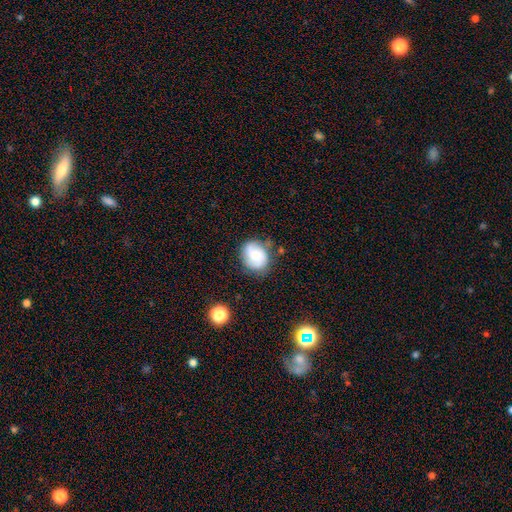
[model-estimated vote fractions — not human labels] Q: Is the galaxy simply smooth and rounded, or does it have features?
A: smooth — 48%.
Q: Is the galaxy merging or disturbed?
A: none — 65%.